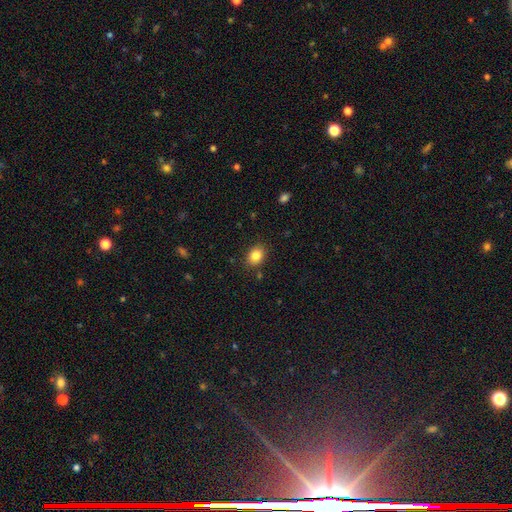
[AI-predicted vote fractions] Smooth or featured: smooth — 84% (star or artifact — 10%)
How rounded: in between — 63% (round — 37%)
Merging: none — 86% (minor disturbance — 10%)